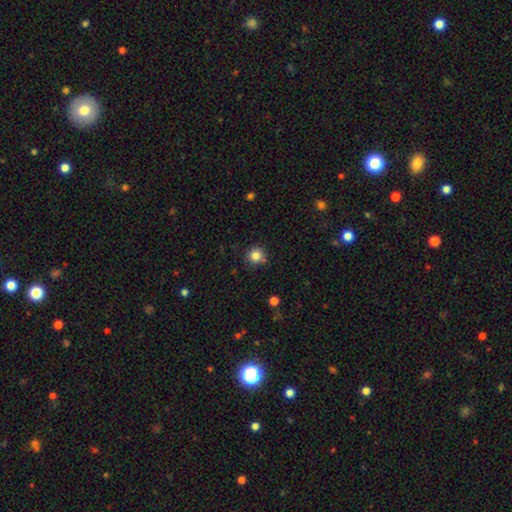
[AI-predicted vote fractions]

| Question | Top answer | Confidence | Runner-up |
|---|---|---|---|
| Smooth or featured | smooth | 83% | star or artifact (12%) |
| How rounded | round | 93% | in between (6%) |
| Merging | none | 83% | minor disturbance (9%) |